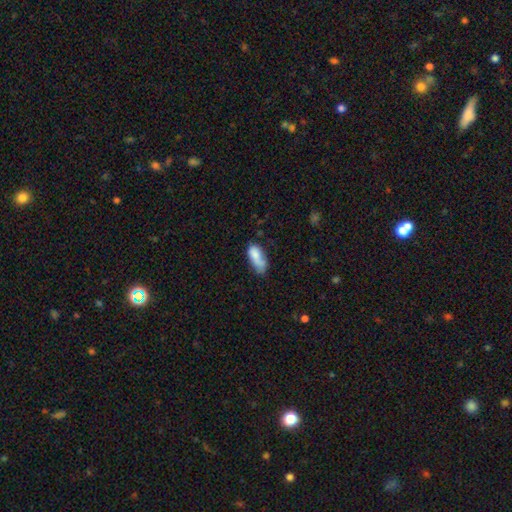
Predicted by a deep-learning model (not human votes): Smooth or featured? smooth (76%)
How rounded? in between (86%)
Merging? none (38%)